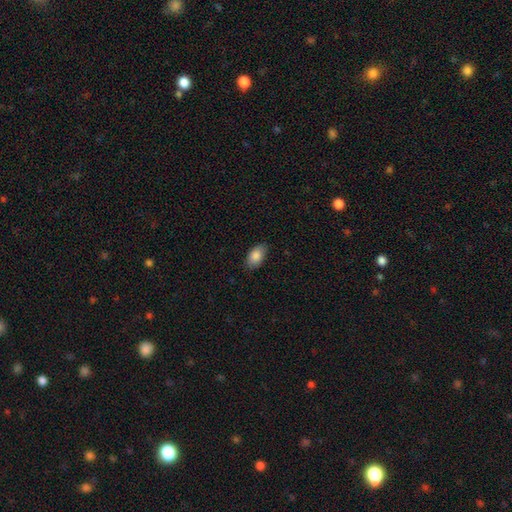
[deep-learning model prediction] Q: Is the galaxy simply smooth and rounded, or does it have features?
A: smooth — 86%.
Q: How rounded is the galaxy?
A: in between — 93%.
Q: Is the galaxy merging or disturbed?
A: none — 84%.